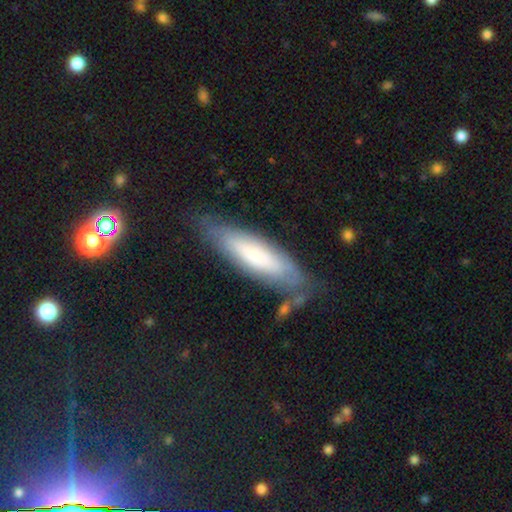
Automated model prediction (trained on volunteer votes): A smooth galaxy with no disk features (61%) that is cigar-shaped (56%).

Vote fractions:
- Smooth or featured? smooth: 61% / featured or disk: 33% / star or artifact: 6%
- How rounded? cigar-shaped: 56% / in between: 42% / round: 1%
- Merging? none: 69% / minor disturbance: 21% / major disturbance: 7% / merger: 4%